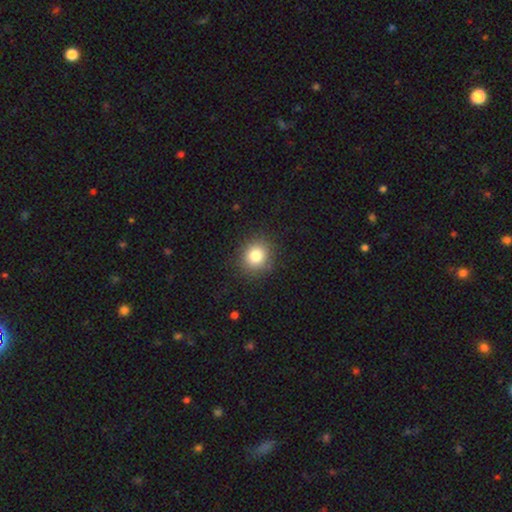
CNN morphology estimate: The model was most divided on "how rounded": round: 84%, in between: 15%, cigar-shaped: 1%. More confident: merging — none (89%); smooth or featured — smooth (82%).